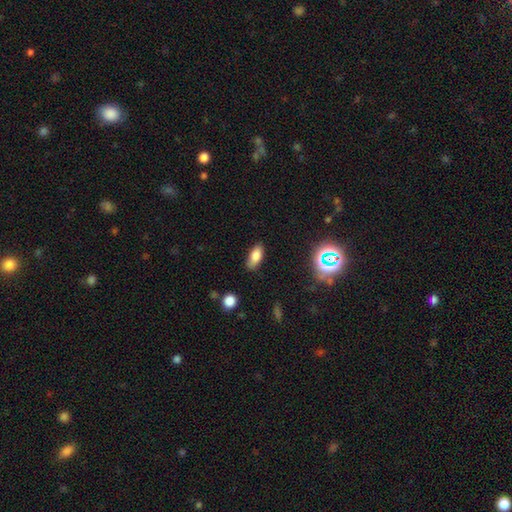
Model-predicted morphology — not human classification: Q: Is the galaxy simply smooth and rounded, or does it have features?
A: smooth — 79%.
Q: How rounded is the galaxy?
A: in between — 84%.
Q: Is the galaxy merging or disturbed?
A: none — 83%.